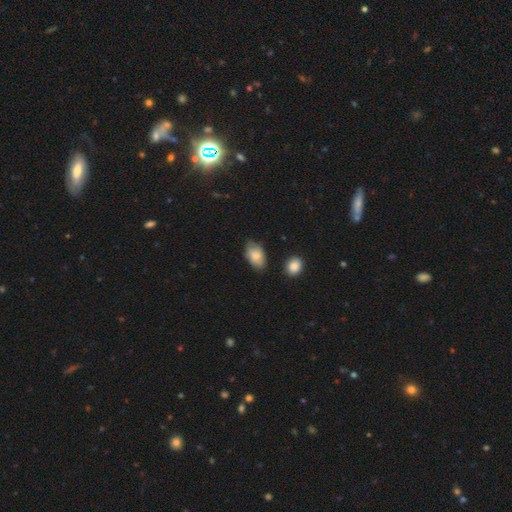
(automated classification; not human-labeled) The model was most divided on "merging": none: 68%, minor disturbance: 24%, major disturbance: 4%, merger: 3%. More confident: how rounded — in between (91%); smooth or featured — smooth (77%).